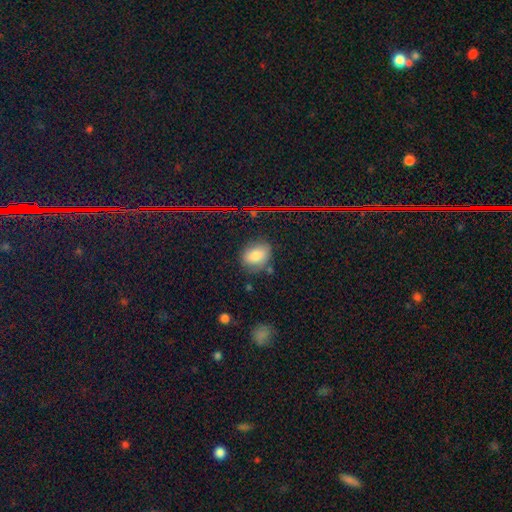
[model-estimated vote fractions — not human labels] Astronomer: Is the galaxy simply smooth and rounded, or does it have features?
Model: smooth — 74%.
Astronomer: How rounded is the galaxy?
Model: in between — 56% (runner-up: round, 43%).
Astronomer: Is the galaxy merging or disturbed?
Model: none — 74%.